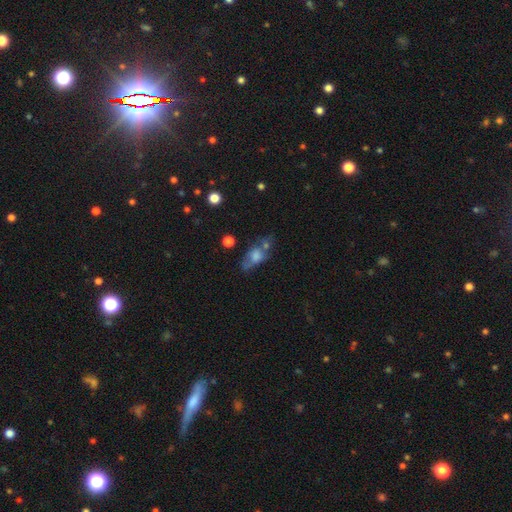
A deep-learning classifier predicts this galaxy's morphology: smooth_or_featured: smooth (p=0.54) [alt: featured or disk p=0.33]
how_rounded: in between (p=0.71) [alt: cigar-shaped p=0.15]
merging: none (p=0.40) [alt: minor disturbance p=0.22]